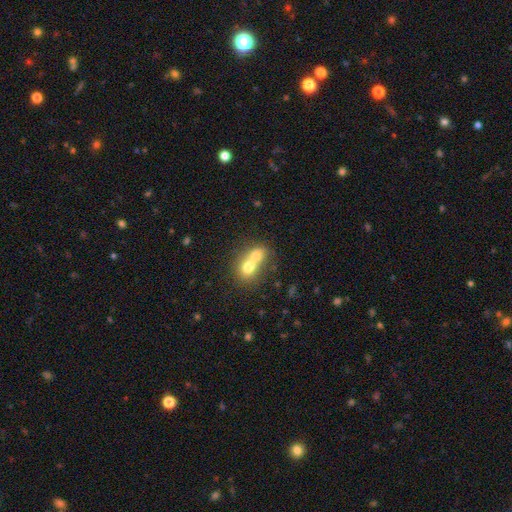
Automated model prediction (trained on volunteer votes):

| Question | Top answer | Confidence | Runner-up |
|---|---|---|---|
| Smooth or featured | smooth | 70% | featured or disk (21%) |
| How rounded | round | 50% | in between (48%) |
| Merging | merger | 74% | none (18%) |